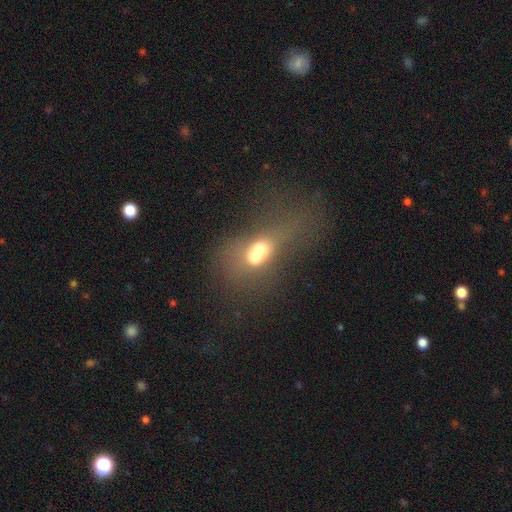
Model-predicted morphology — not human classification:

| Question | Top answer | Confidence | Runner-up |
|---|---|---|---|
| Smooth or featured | smooth | 55% | featured or disk (28%) |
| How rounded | in between | 75% | round (15%) |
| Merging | merger | 33% | tied: major disturbance (33%) |